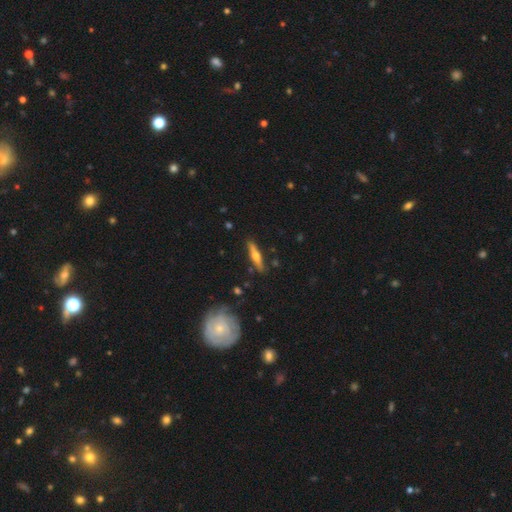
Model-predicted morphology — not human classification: A featured or disk galaxy (58%) viewed edge-on (94%) with a rounded central bulge (92%). Merging: none (86%).